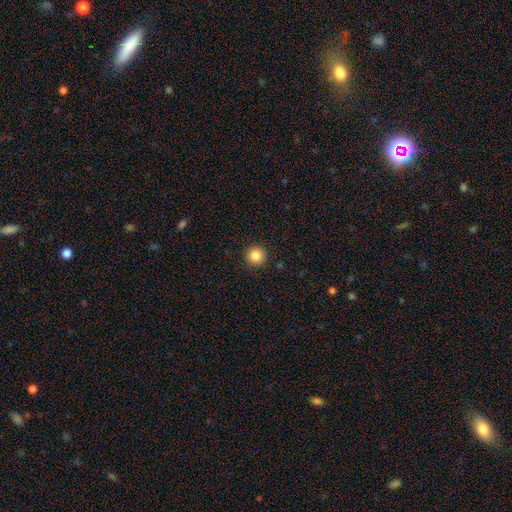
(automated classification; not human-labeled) Morphology: type=smooth (85%); roundness=round (95%); merging=none (91%).